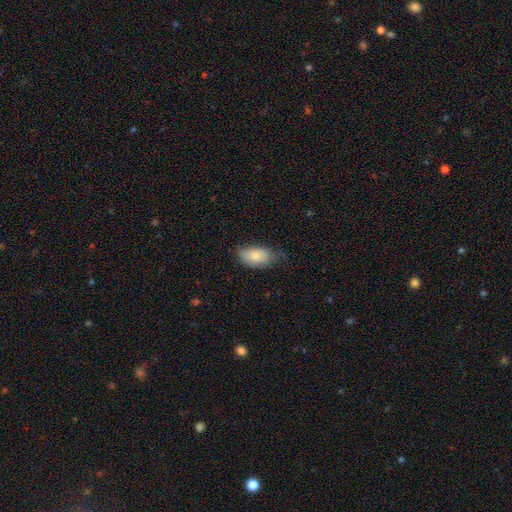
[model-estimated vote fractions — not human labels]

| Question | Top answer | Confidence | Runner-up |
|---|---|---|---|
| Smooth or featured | smooth | 82% | featured or disk (11%) |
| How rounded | in between | 93% | round (5%) |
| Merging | none | 61% | minor disturbance (32%) |